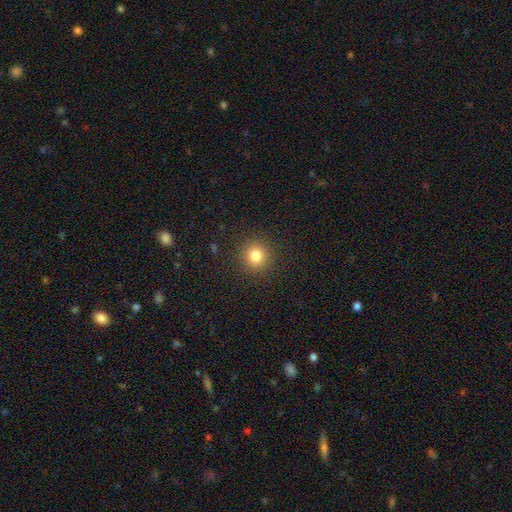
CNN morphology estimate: smooth_or_featured: smooth (p=0.81) [alt: star or artifact p=0.13]
how_rounded: round (p=0.93) [alt: in between p=0.06]
merging: none (p=0.90) [alt: minor disturbance p=0.06]